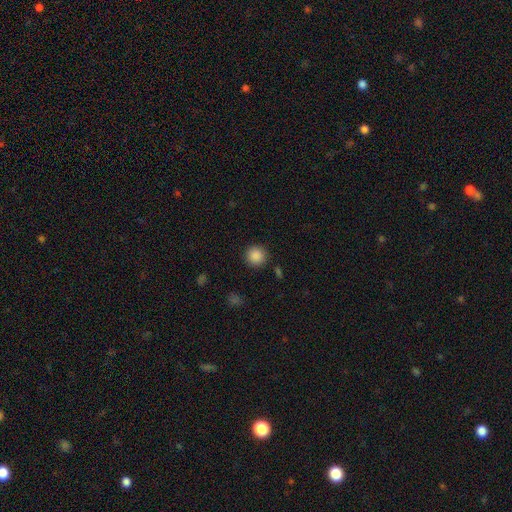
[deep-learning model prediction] smooth 88%, star or artifact 9%, featured or disk 3%. Down the decision tree: how rounded — round (94%); merging — none (90%).